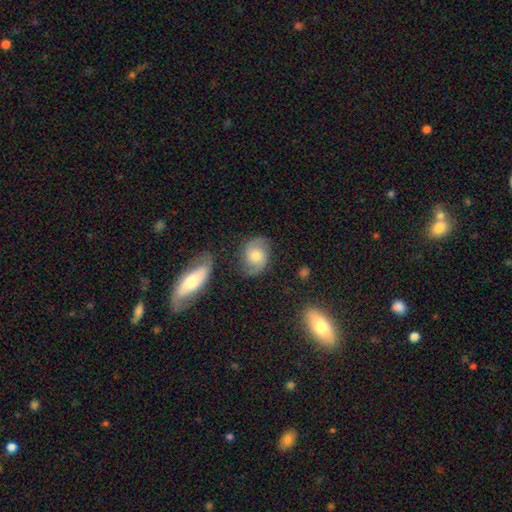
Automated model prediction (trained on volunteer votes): featured or disk 55%, smooth 37%, star or artifact 8%. Down the decision tree: edge-on disk — no (96%); bar — no (66%); spiral arms — yes (89%); bulge size — moderate (63%); merging — none (70%).